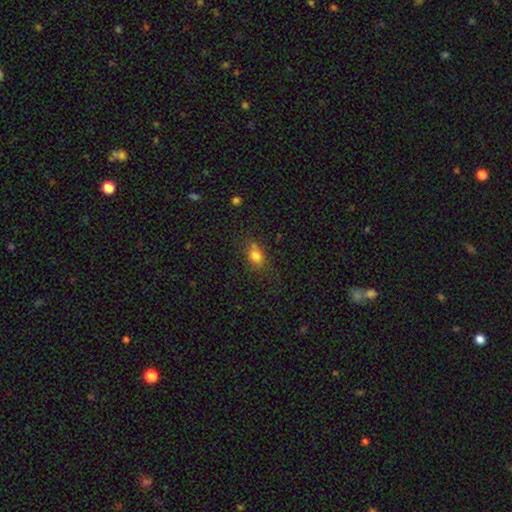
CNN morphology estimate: This appears to be a smooth galaxy with no disk features (77%) that is in between round and cigar-shaped (59%). Merging: none (62%).